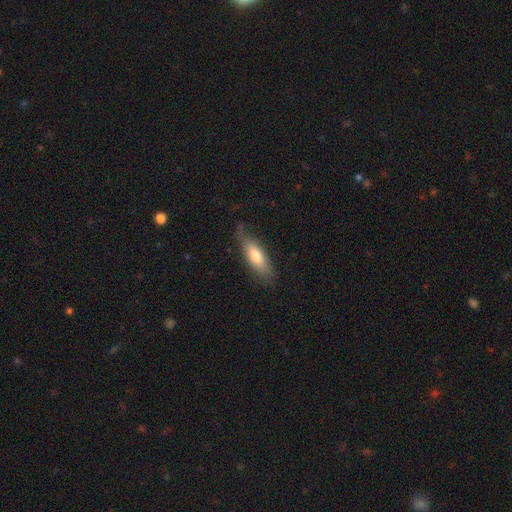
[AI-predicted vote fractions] This is likely a smooth galaxy (71%). How rounded: possibly in between (56%). Merging: likely none (71%).